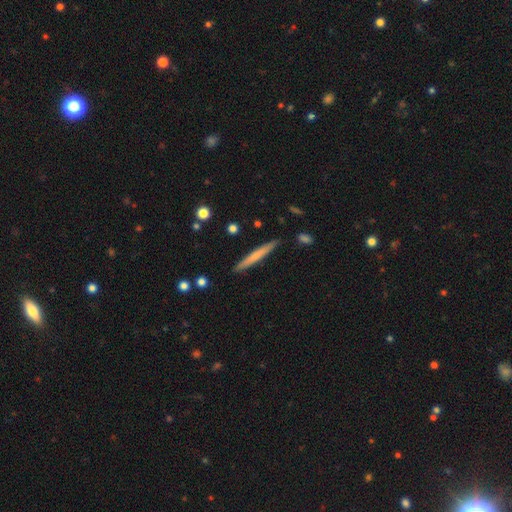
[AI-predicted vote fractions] Smooth or featured? smooth (59%)
How rounded? cigar-shaped (96%)
Merging? none (89%)